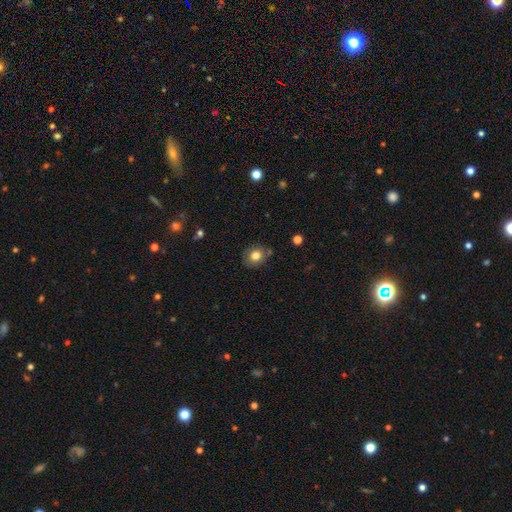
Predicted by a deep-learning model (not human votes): smooth_or_featured: smooth (p=0.77) [alt: featured or disk p=0.13]
how_rounded: round (p=0.66) [alt: in between p=0.33]
merging: none (p=0.75) [alt: minor disturbance p=0.17]